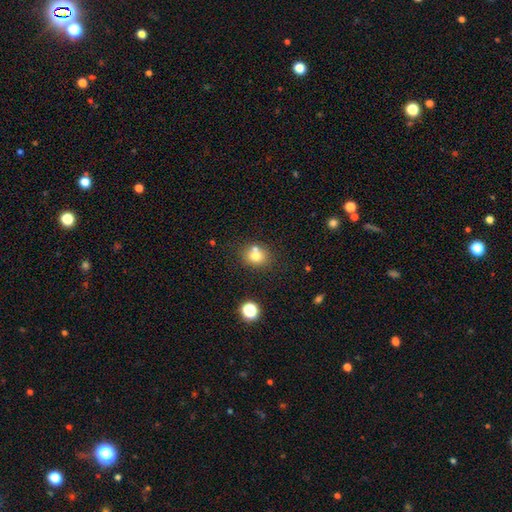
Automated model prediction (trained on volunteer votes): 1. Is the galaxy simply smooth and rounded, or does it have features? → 73% smooth, 14% star or artifact, 13% featured or disk.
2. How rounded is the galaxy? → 75% round, 24% in between, 1% cigar-shaped.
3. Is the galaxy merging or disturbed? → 61% none, 25% merger, 10% minor disturbance, 3% major disturbance.